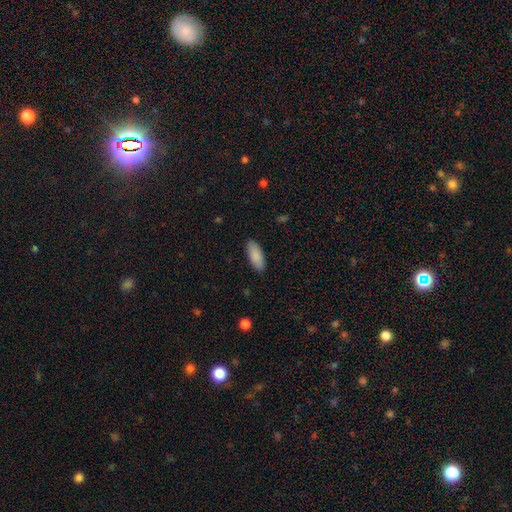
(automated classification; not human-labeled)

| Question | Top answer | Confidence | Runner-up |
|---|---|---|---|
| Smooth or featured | smooth | 90% | star or artifact (5%) |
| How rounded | in between | 79% | cigar-shaped (20%) |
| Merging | none | 89% | minor disturbance (8%) |